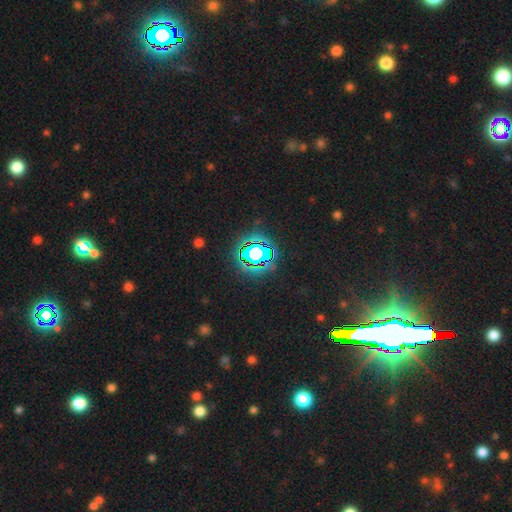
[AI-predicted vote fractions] Smooth or featured?
  - star or artifact: 75% *
  - smooth: 16%
  - featured or disk: 9%